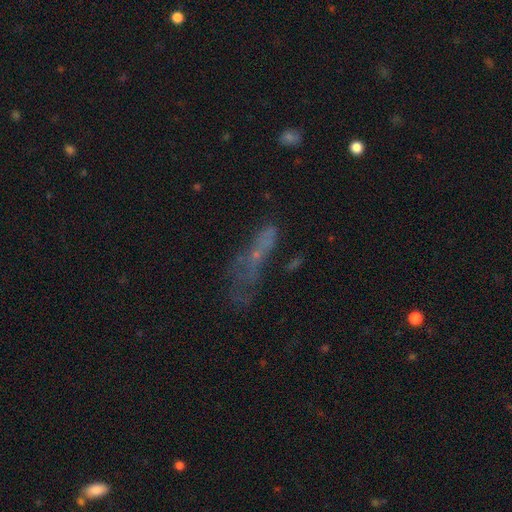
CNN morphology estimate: A smooth galaxy with no disk features (36%). Merging: none (42%).